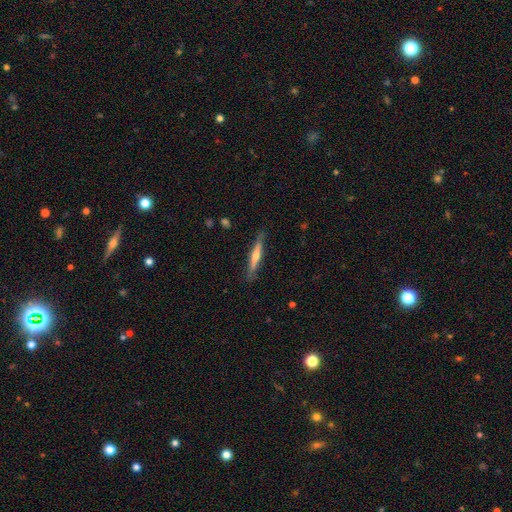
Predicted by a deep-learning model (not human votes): A featured or disk galaxy (58%) viewed edge-on (96%) with a rounded central bulge (77%). Merging: none (87%).